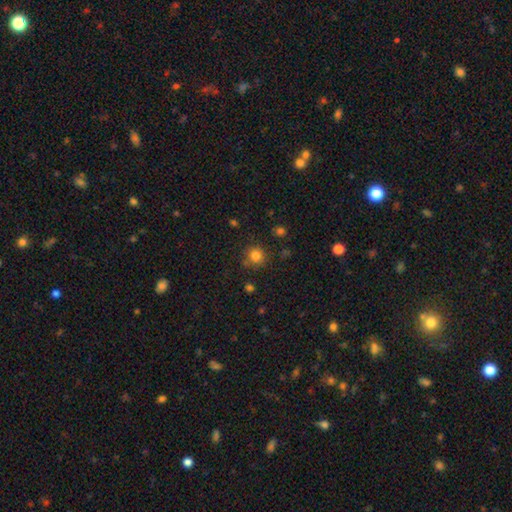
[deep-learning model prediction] A smooth galaxy with no disk features (80%) that is round (92%). Merging: none (82%).